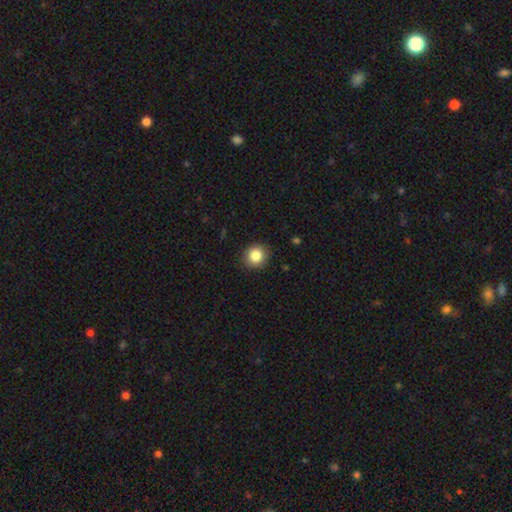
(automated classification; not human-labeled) smooth-or-featured: smooth: 85% | star or artifact: 10% | featured or disk: 5%
  how-rounded: round: 88% | in between: 11% | cigar-shaped: 1%
  merging: none: 89% | minor disturbance: 8% | major disturbance: 2% | merger: 1%